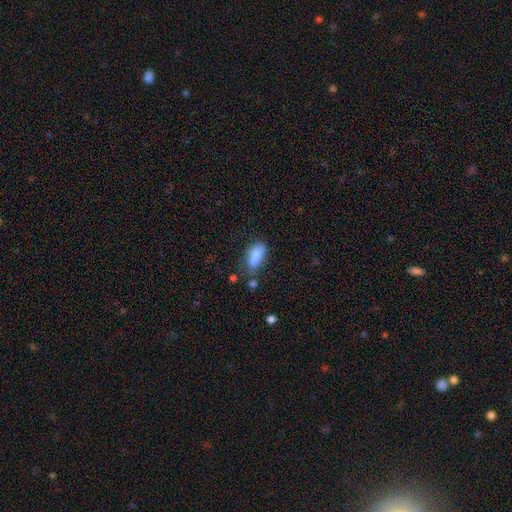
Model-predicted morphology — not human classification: Smooth or featured?
  - smooth: 80% *
  - featured or disk: 12%
  - star or artifact: 8%
How rounded?
  - in between: 84% *
  - cigar-shaped: 12%
  - round: 4%
Merging?
  - none: 51% *
  - minor disturbance: 27%
  - merger: 12%
  - major disturbance: 10%